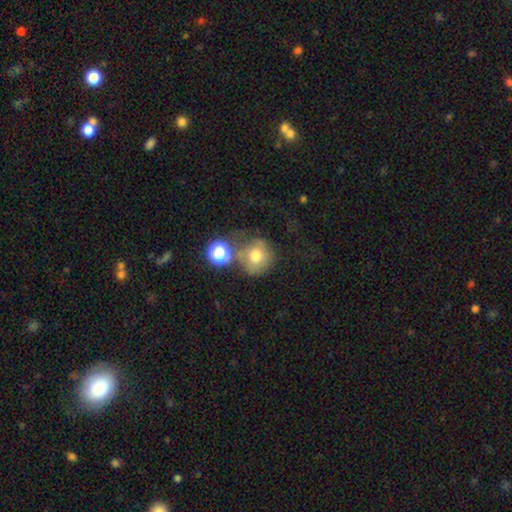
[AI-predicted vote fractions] Morphology: type=smooth (67%); roundness=round (86%); merging=none (48%).